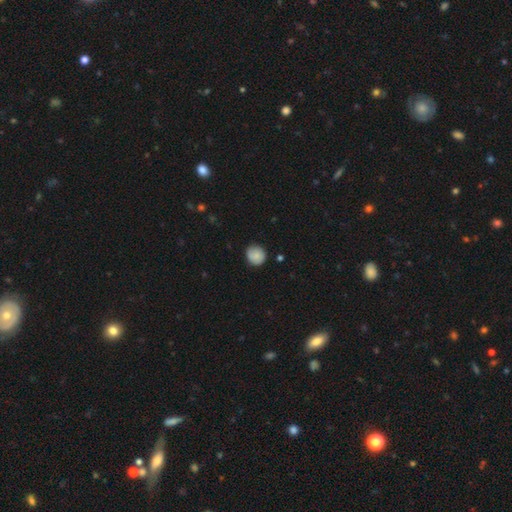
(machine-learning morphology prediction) Overall: smooth (81%). How rounded: round (90%). Merging: none (84%).